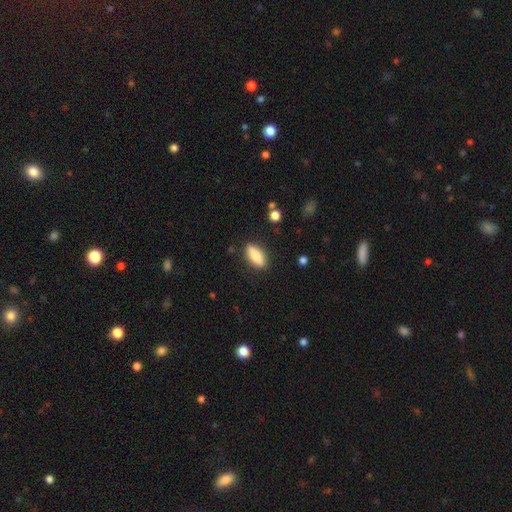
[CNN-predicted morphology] Smooth or featured?
  - smooth: 68% *
  - featured or disk: 25%
  - star or artifact: 7%
How rounded?
  - in between: 64% *
  - cigar-shaped: 33%
  - round: 3%
Merging?
  - none: 87% *
  - minor disturbance: 10%
  - major disturbance: 2%
  - merger: 2%